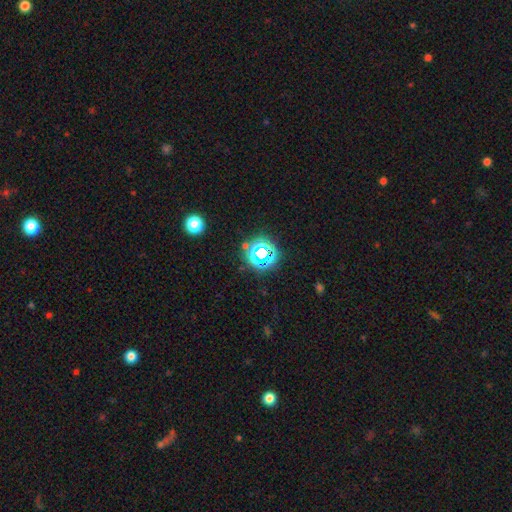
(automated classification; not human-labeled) star or artifact 70%, smooth 23%, featured or disk 6%.